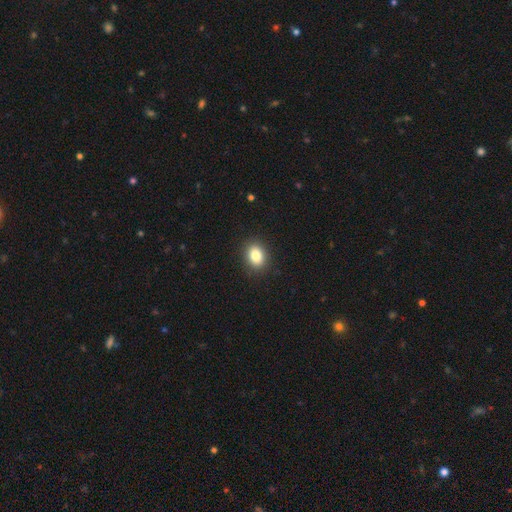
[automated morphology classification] This appears to be a smooth galaxy with no disk features (84%) that is in between round and cigar-shaped (55%). Merging: none (90%).